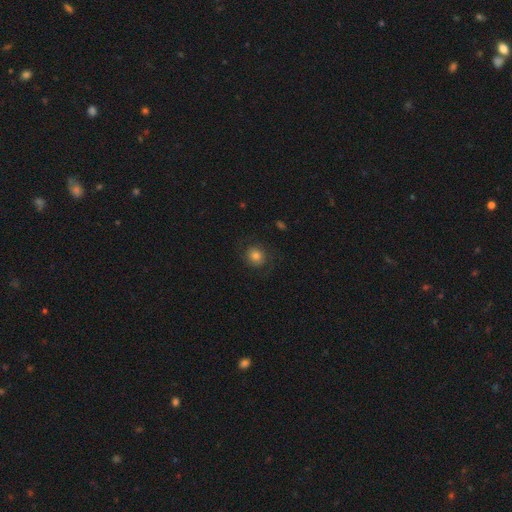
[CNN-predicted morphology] Smooth or featured?
  - smooth: 69% *
  - featured or disk: 20%
  - star or artifact: 11%
How rounded?
  - round: 83% *
  - in between: 16%
  - cigar-shaped: 1%
Merging?
  - none: 78% *
  - minor disturbance: 13%
  - major disturbance: 8%
  - merger: 1%